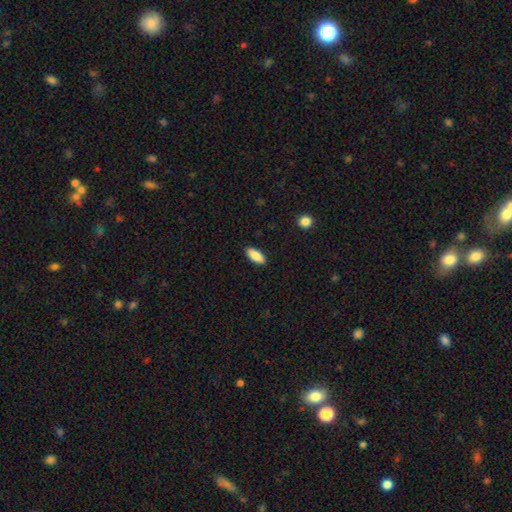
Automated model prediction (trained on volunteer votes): The model was most divided on "how rounded": in between: 81%, cigar-shaped: 17%, round: 2%. More confident: merging — none (90%); smooth or featured — smooth (88%).